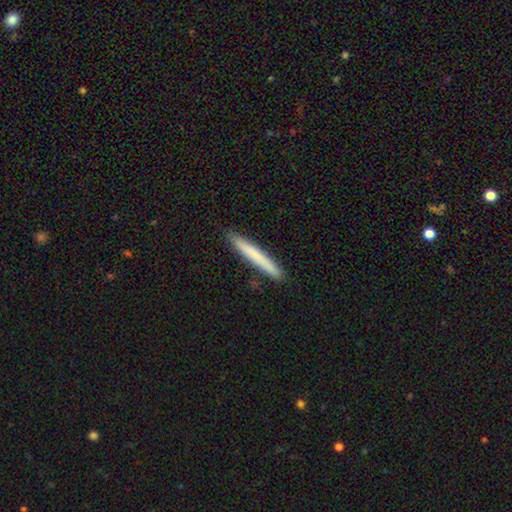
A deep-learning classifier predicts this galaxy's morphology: smooth_or_featured: smooth (p=0.72) [alt: featured or disk p=0.22]
how_rounded: cigar-shaped (p=0.97) [alt: in between p=0.02]
merging: none (p=0.90) [alt: minor disturbance p=0.07]